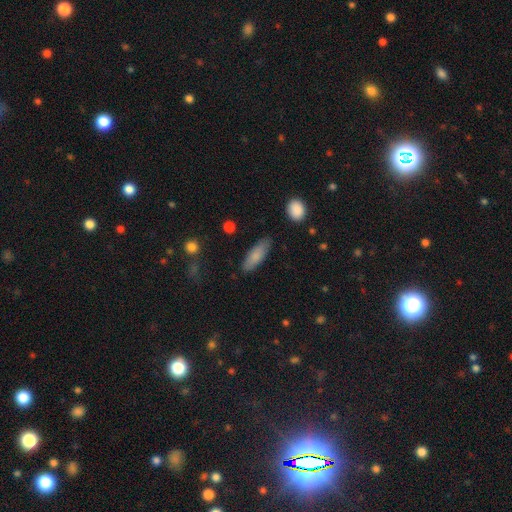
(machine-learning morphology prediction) A smooth galaxy with no disk features (82%) that is in between round and cigar-shaped (55%).

Vote fractions:
- Smooth or featured? smooth: 82% / featured or disk: 12% / star or artifact: 6%
- How rounded? in between: 55% / cigar-shaped: 43% / round: 2%
- Merging? none: 83% / minor disturbance: 13% / major disturbance: 3% / merger: 2%